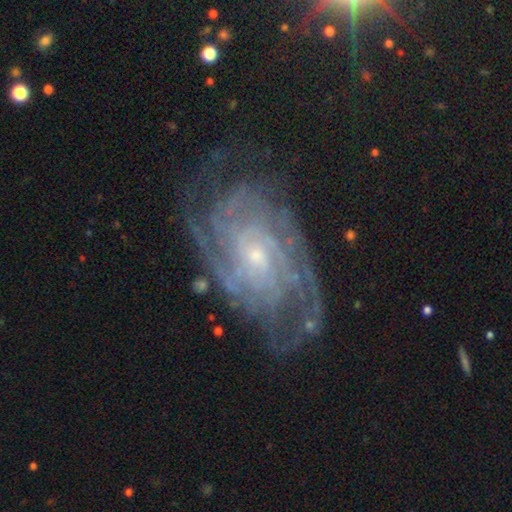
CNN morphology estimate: smooth-or-featured: featured or disk: 87% | star or artifact: 7% | smooth: 6%
  disk-edge-on: no: 96% | yes: 4%
    bar: no: 69% | weak: 24% | strong: 6%
    has-spiral-arms: yes: 96% | no: 4%
      spiral-winding: tight: 69% | medium: 25% | loose: 5%
      spiral-arm-count: can't tell: 35% | 2: 17% | 4: 15% | 3: 14% | more than 4: 11% | 1: 8%
    bulge-size: small: 76% | moderate: 19% | none: 2% | large: 1% | dominant: 1%
  merging: none: 72% | minor disturbance: 17% | major disturbance: 9% | merger: 2%